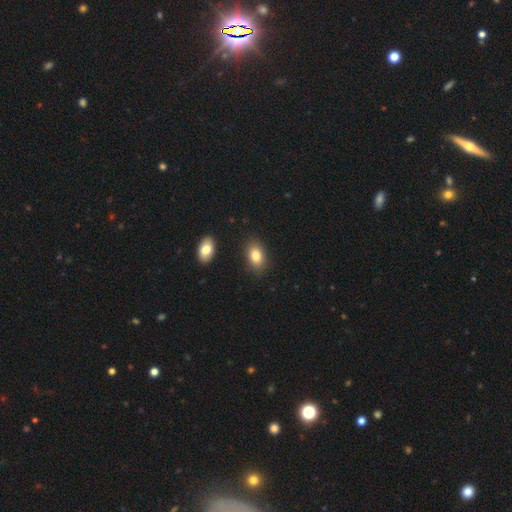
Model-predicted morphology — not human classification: Q: Smooth or featured?
A: smooth (82%); runner-up: featured or disk (9%)
Q: How rounded?
A: in between (87%); runner-up: round (11%)
Q: Merging?
A: none (86%); runner-up: minor disturbance (10%)